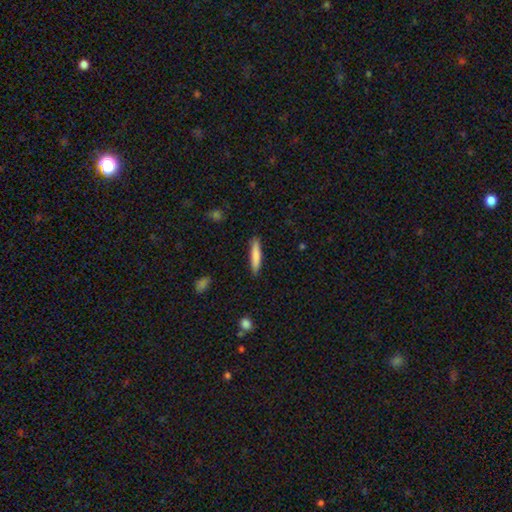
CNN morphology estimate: Overall: smooth (81%). How rounded: cigar-shaped (89%). Merging: none (88%).